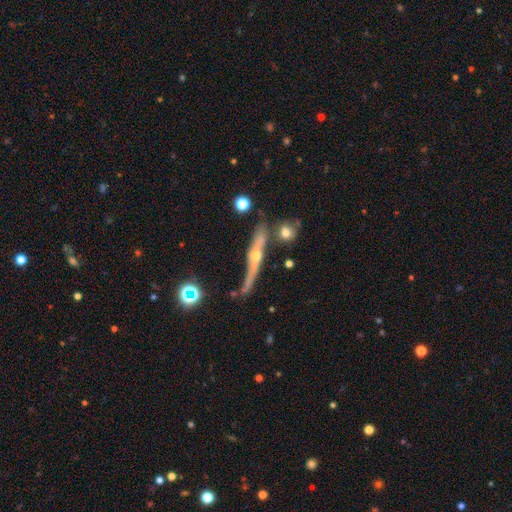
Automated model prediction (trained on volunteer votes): Smooth or featured? featured or disk (75%)
Edge-on disk? yes (92%)
Edge-on bulge? rounded (88%)
Merging? none (62%)